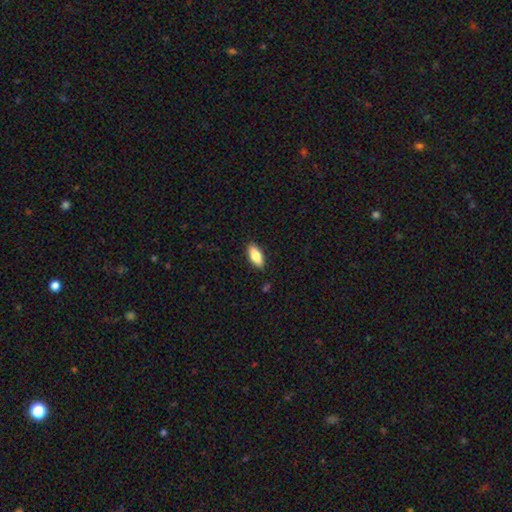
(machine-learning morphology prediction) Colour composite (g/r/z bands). It shows a smooth galaxy with no disk features (81%) that is in between round and cigar-shaped (83%). Merging: none (88%).